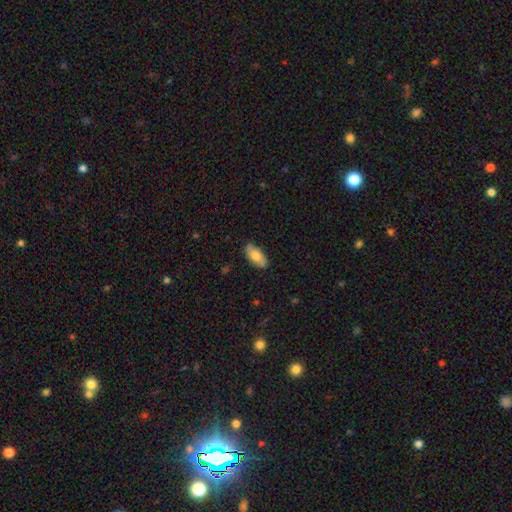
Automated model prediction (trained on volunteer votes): Smooth or featured?
  - smooth: 71% *
  - featured or disk: 23%
  - star or artifact: 6%
How rounded?
  - in between: 90% *
  - cigar-shaped: 7%
  - round: 2%
Merging?
  - none: 83% *
  - minor disturbance: 13%
  - major disturbance: 2%
  - merger: 1%